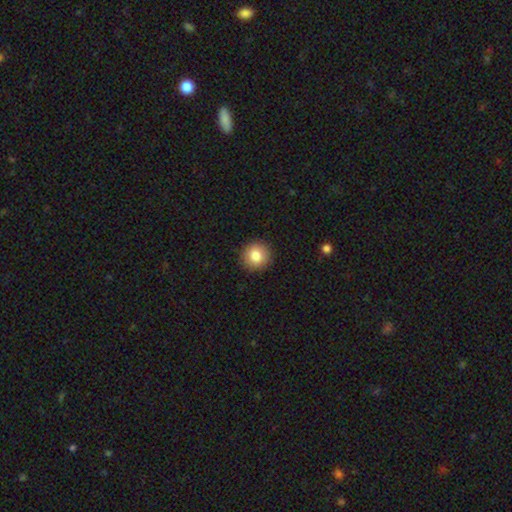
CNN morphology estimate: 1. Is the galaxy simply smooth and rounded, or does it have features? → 83% smooth, 9% star or artifact, 8% featured or disk.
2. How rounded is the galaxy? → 92% round, 7% in between, 1% cigar-shaped.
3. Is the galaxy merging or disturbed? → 91% none, 6% minor disturbance, 2% major disturbance, 1% merger.